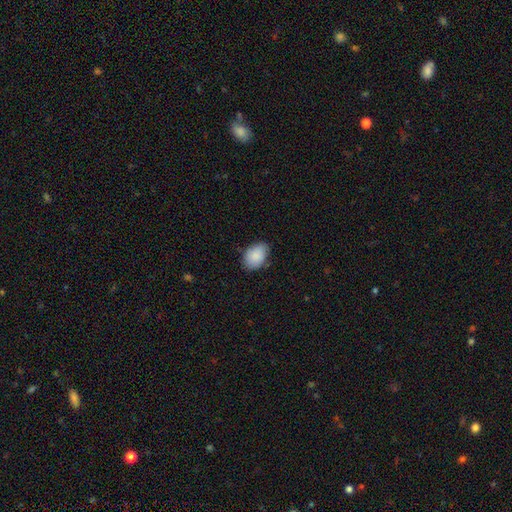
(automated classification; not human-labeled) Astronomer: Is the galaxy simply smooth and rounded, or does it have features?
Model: smooth — 88%.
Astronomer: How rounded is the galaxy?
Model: in between — 82%.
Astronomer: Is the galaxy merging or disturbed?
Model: none — 75%.